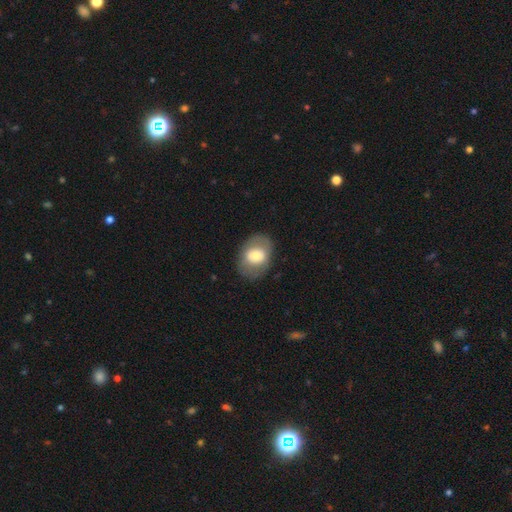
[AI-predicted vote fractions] Morphology: type=smooth (64%); roundness=in between (70%); merging=none (77%).